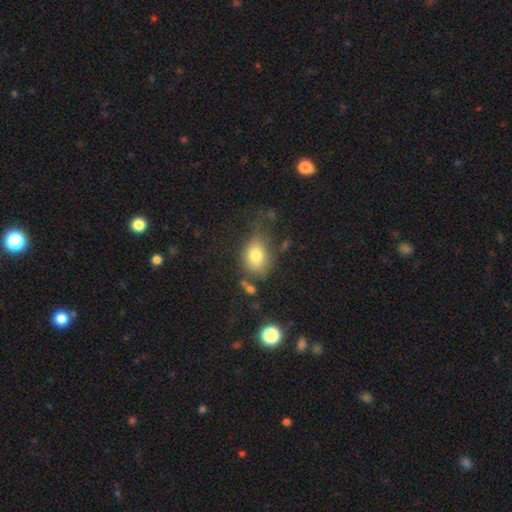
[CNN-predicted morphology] smooth 77%, featured or disk 13%, star or artifact 10%. Down the decision tree: how rounded — in between (66%); merging — none (47%).